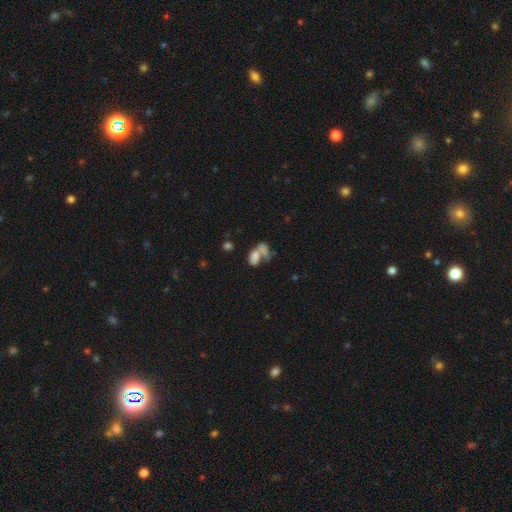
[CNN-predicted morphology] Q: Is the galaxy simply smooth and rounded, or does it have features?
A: smooth — 68%.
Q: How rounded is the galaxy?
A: in between — 82%.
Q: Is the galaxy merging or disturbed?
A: merger — 60%.